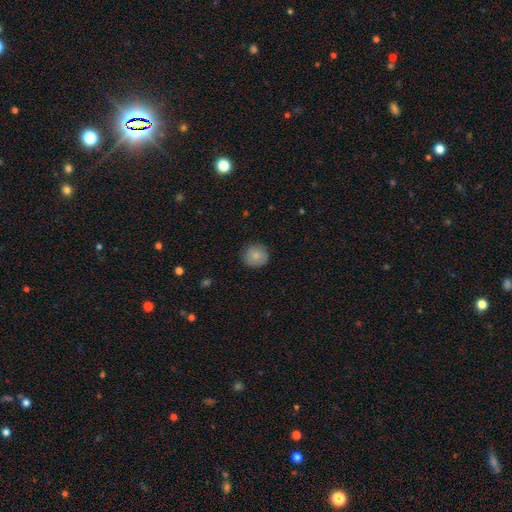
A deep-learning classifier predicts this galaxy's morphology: This is clearly a smooth galaxy (83%). How rounded: clearly round (89%). Merging: clearly none (84%).